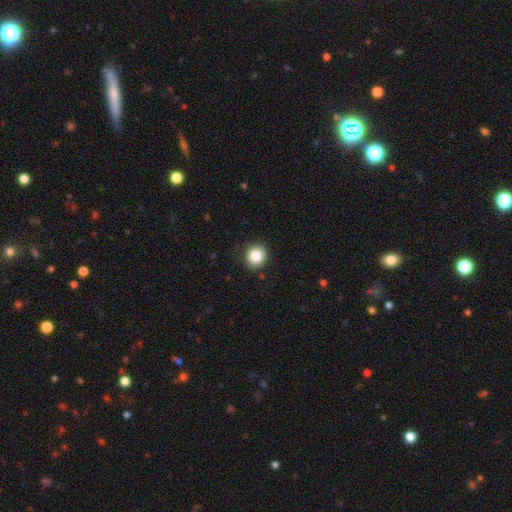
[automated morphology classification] smooth 86%, star or artifact 10%, featured or disk 5%. Down the decision tree: how rounded — round (87%); merging — none (85%).